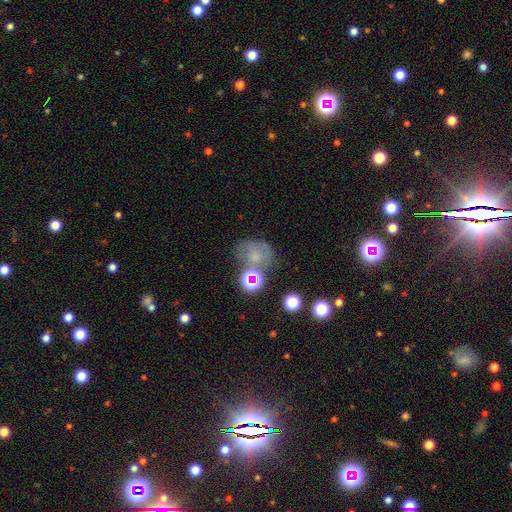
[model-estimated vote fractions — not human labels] Q: Smooth or featured?
A: smooth (42%); runner-up: featured or disk (33%)
Q: Merging?
A: none (46%); runner-up: minor disturbance (21%)